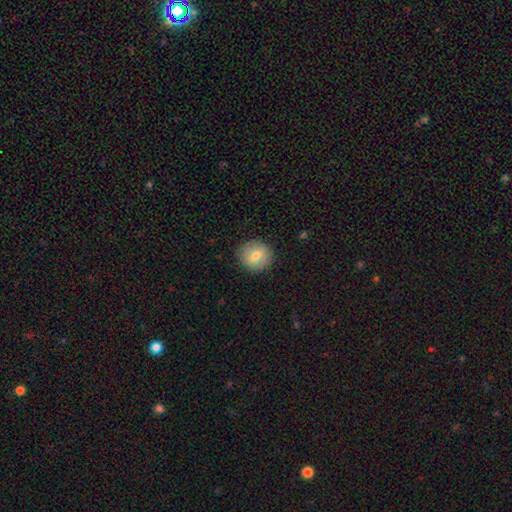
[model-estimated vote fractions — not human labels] Smooth or featured?
  - smooth: 74% *
  - featured or disk: 19%
  - star or artifact: 8%
How rounded?
  - round: 89% *
  - in between: 10%
  - cigar-shaped: 1%
Merging?
  - none: 89% *
  - minor disturbance: 7%
  - major disturbance: 2%
  - merger: 1%